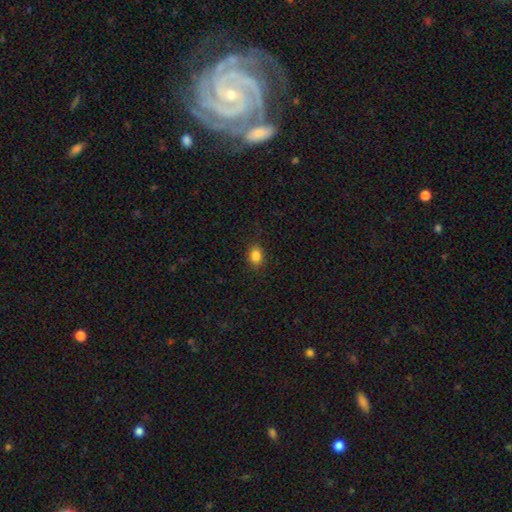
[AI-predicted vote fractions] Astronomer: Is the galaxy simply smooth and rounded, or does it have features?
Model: smooth — 85%.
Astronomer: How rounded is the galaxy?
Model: in between — 55% (runner-up: round, 43%).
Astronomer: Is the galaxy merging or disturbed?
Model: none — 87%.